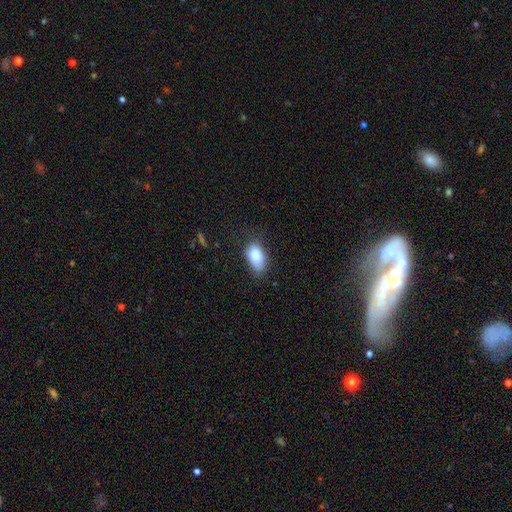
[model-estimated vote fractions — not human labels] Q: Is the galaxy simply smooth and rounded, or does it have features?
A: smooth — 85%.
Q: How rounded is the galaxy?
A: in between — 92%.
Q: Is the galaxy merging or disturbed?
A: none — 63%.